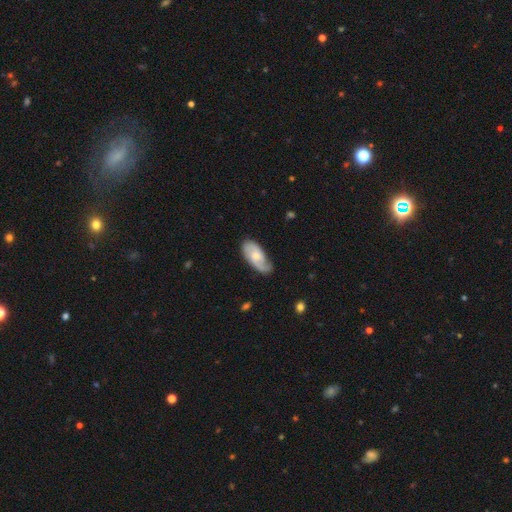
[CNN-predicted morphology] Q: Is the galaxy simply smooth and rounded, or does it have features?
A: featured or disk — 64%.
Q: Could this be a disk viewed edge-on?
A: no — 93%.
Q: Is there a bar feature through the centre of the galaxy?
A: no — 68%.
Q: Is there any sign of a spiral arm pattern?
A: yes — 90%.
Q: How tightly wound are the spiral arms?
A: medium — 42%.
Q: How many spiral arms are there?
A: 2 — 66%.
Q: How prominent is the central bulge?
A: small — 51%.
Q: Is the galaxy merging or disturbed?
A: none — 67%.